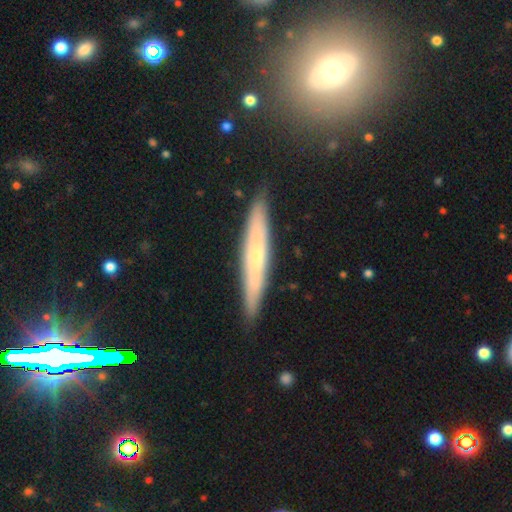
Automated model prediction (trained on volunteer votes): Overall: featured or disk (47%; smooth 46%). Merging: none (88%).